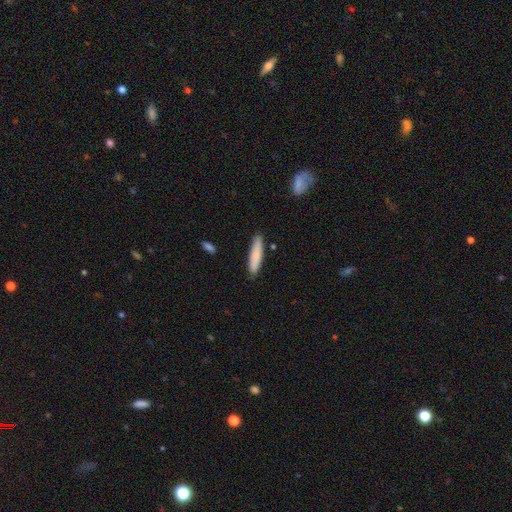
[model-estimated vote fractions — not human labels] Overall: smooth (81%). How rounded: cigar-shaped (79%). Merging: none (87%).